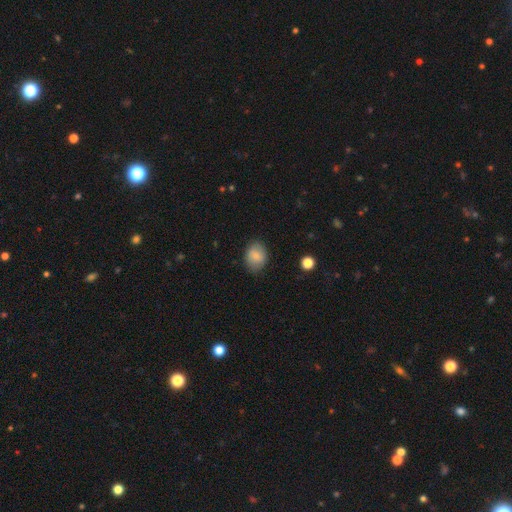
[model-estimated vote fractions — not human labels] Smooth or featured: smooth — 82% (featured or disk — 11%)
How rounded: in between — 63% (round — 36%)
Merging: none — 81% (minor disturbance — 14%)